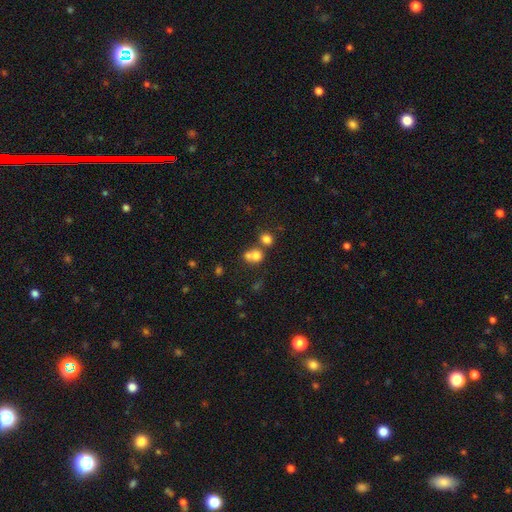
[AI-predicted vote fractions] Overall: smooth (73%). How rounded: round (71%). Merging: merger (53%; none 35%).